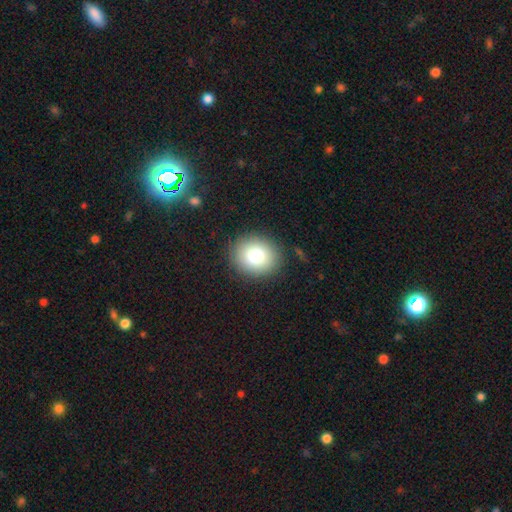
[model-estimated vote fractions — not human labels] This appears to be a smooth galaxy with no disk features (79%) that is round (71%). Merging: none (88%).